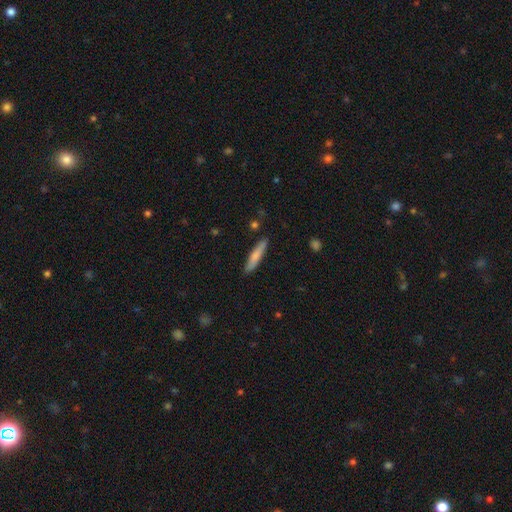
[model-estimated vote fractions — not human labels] This is likely a smooth galaxy (72%). How rounded: clearly cigar-shaped (91%). Merging: clearly none (88%).